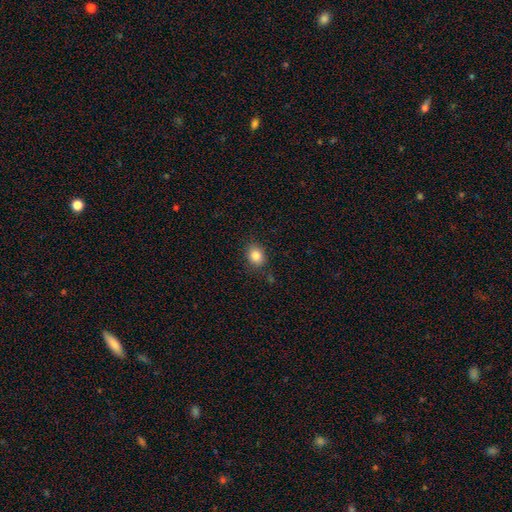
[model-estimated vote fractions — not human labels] smooth_or_featured: smooth (p=0.84) [alt: star or artifact p=0.10]
how_rounded: round (p=0.58) [alt: in between p=0.41]
merging: none (p=0.85) [alt: minor disturbance p=0.10]